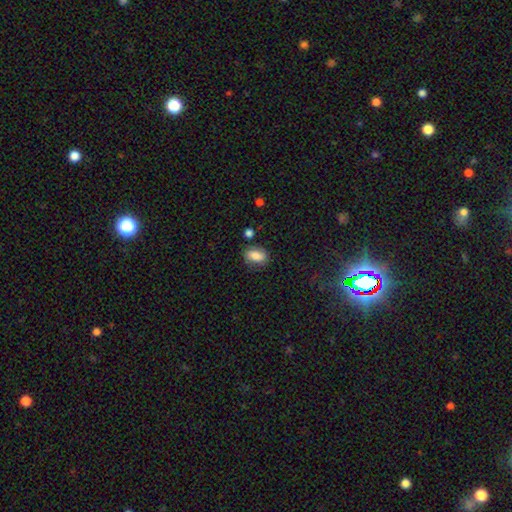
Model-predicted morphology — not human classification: smooth 82%, featured or disk 10%, star or artifact 8%. Down the decision tree: how rounded — in between (84%); merging — none (73%).